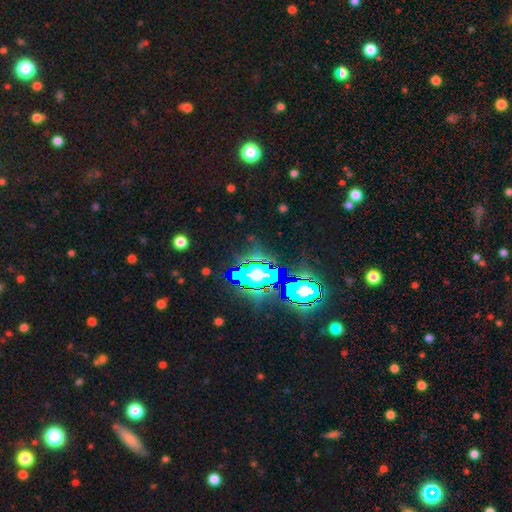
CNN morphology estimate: star or artifact 67%, smooth 19%, featured or disk 15%.